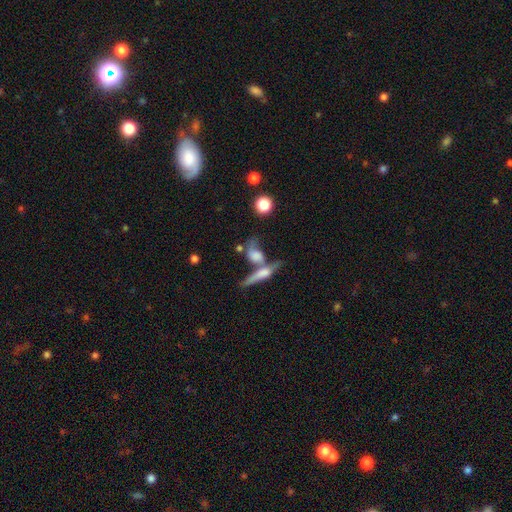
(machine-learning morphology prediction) Smooth or featured?
  - smooth: 47% *
  - featured or disk: 42%
  - star or artifact: 11%
Merging?
  - merger: 53% *
  - none: 25%
  - minor disturbance: 11%
  - major disturbance: 11%